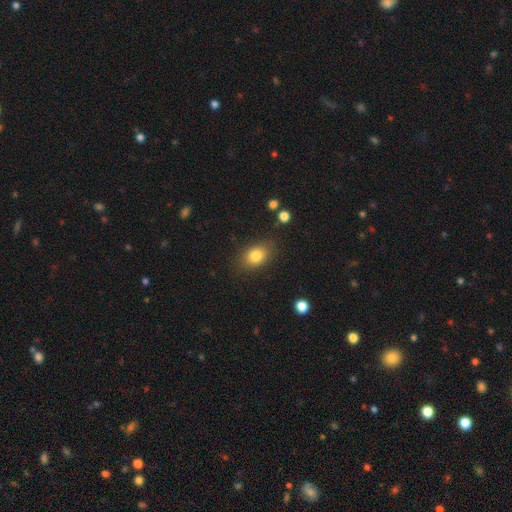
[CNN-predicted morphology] This appears to be a smooth galaxy with no disk features (82%) that is in between round and cigar-shaped (71%). Merging: none (81%).